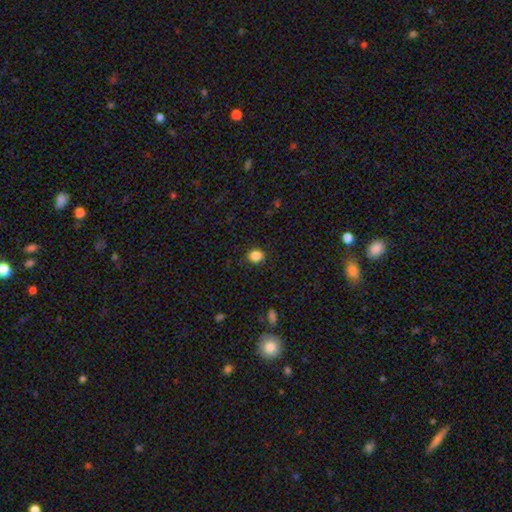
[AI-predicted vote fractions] Morphology: type=smooth (86%); roundness=round (76%); merging=none (89%).